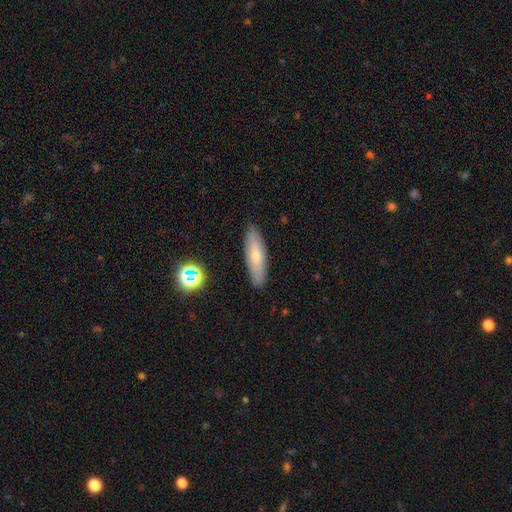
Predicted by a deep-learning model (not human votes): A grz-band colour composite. It shows a smooth galaxy with no disk features (63%) that is cigar-shaped (66%). Merging: none (88%).